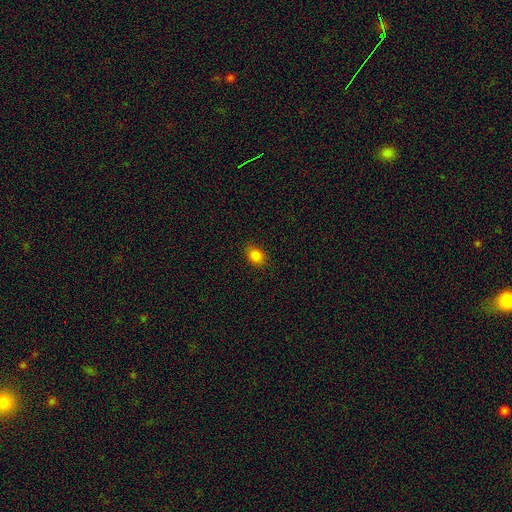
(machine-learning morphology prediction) This appears to be a smooth galaxy with no disk features (84%) that is in between round and cigar-shaped (67%). Merging: none (84%).